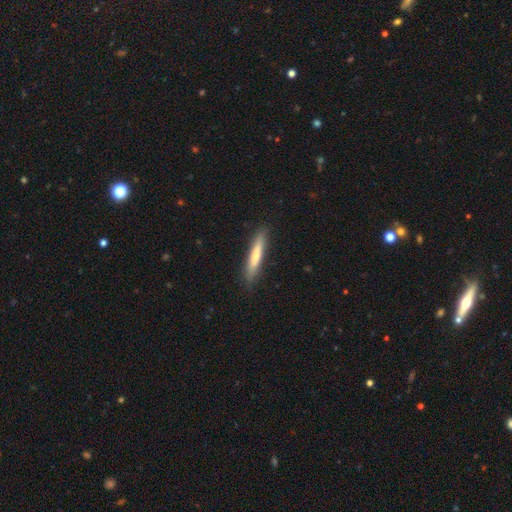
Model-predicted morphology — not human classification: smooth-or-featured: smooth: 65% | featured or disk: 29% | star or artifact: 6%
  how-rounded: cigar-shaped: 91% | in between: 8% | round: 1%
  merging: none: 87% | minor disturbance: 10% | major disturbance: 2% | merger: 1%